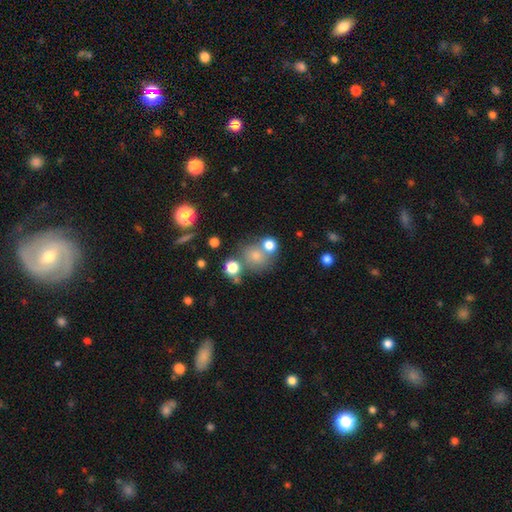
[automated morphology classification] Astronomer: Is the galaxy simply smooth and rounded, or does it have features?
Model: smooth — 71%.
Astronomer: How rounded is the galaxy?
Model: round — 83%.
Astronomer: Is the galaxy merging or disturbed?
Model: none — 55%.